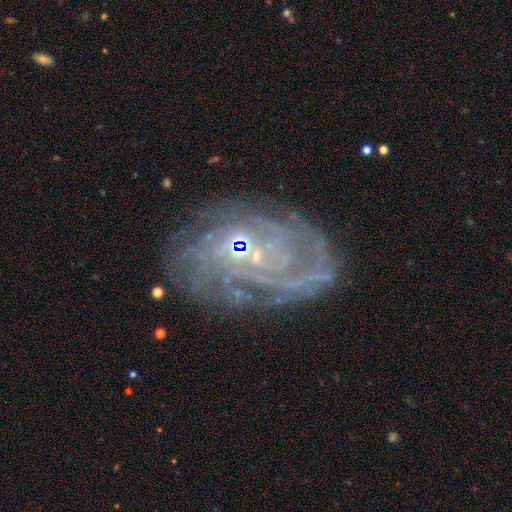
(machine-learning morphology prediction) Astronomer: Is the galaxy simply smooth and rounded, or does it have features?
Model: featured or disk — 78%.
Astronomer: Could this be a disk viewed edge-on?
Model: no — 96%.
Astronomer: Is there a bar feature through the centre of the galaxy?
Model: no — 56% (runner-up: weak, 35%).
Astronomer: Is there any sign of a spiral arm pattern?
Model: yes — 90%.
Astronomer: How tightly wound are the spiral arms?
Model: tight — 65%.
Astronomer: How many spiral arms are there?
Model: can't tell — 41%.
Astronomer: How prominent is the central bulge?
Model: small — 64%.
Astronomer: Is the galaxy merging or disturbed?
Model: none — 73%.